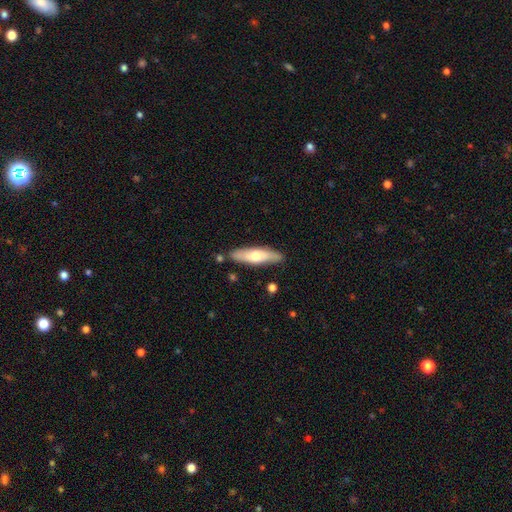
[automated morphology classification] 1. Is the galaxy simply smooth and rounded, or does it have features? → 60% smooth, 35% featured or disk, 5% star or artifact.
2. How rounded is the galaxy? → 68% cigar-shaped, 31% in between, 2% round.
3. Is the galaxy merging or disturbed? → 83% none, 11% minor disturbance, 3% merger, 2% major disturbance.